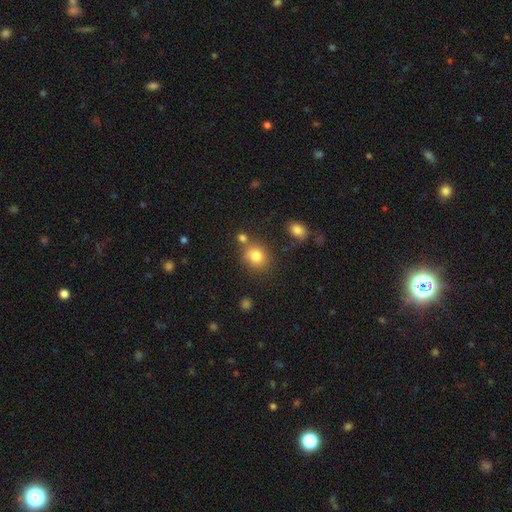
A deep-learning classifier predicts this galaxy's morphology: This is likely a smooth galaxy (80%). How rounded: likely round (71%). Merging: likely none (67%).